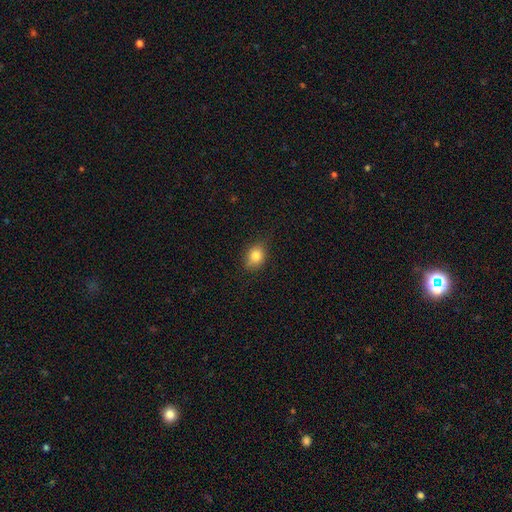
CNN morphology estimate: Smooth or featured? Predicted: smooth (p=0.82). How rounded? Predicted: in between (p=0.54). Merging? Predicted: none (p=0.79).